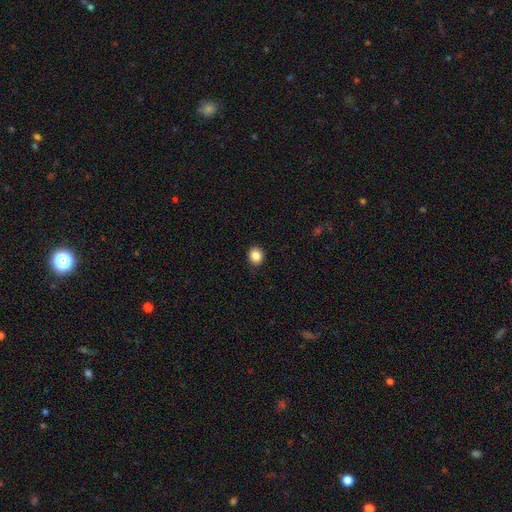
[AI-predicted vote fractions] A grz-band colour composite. It shows a smooth galaxy with no disk features (85%) that is round (76%). Merging: none (88%).